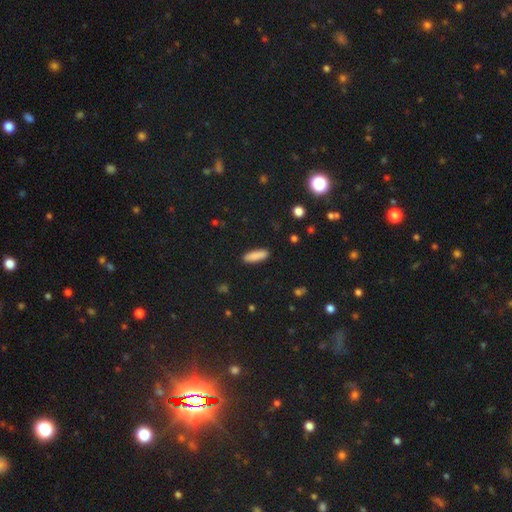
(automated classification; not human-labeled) smooth 88%, star or artifact 7%, featured or disk 6%. Down the decision tree: how rounded — cigar-shaped (58%); merging — none (90%).